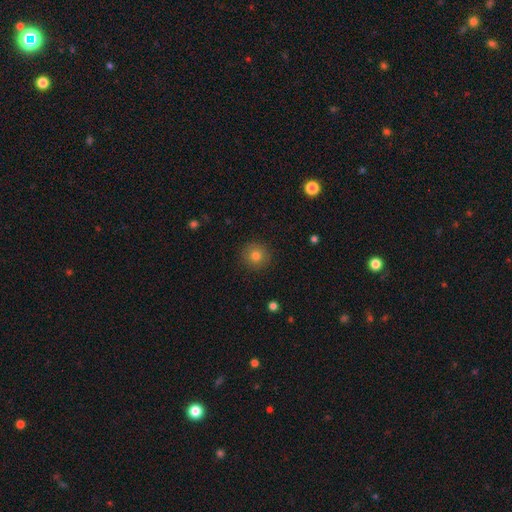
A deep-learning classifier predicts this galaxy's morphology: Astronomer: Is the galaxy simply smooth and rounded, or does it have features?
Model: smooth — 81%.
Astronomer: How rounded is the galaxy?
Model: round — 93%.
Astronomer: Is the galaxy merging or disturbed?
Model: none — 90%.